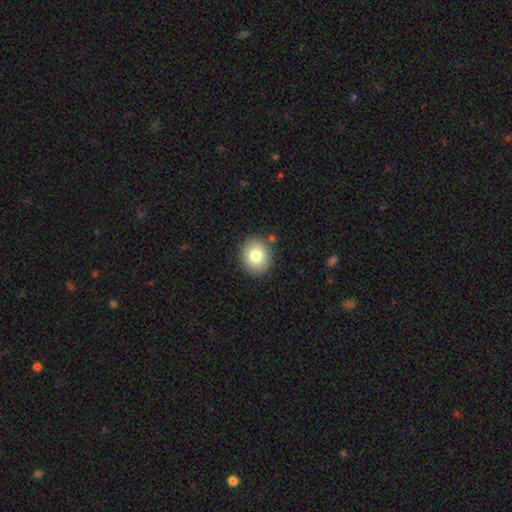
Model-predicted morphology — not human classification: Smooth or featured? smooth (79%)
How rounded? round (70%)
Merging? none (87%)